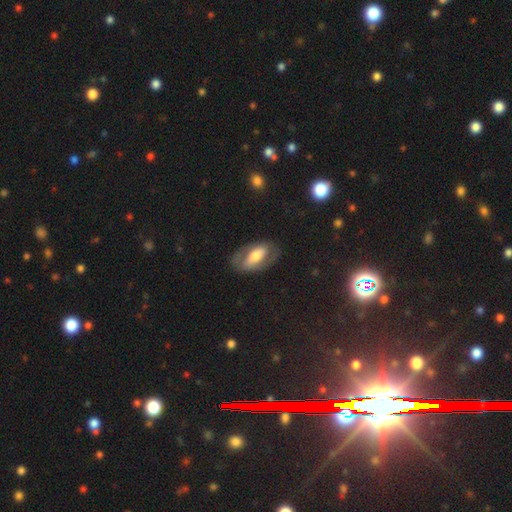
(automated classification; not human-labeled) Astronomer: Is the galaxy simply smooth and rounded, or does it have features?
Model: featured or disk — 56% (runner-up: smooth, 38%).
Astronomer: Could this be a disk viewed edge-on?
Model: no — 88%.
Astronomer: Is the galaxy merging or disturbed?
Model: none — 74%.